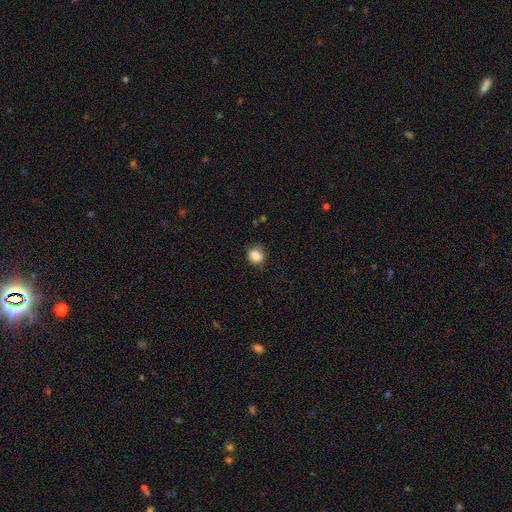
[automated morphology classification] Q: Smooth or featured?
A: smooth (86%); runner-up: star or artifact (10%)
Q: How rounded?
A: round (72%); runner-up: in between (27%)
Q: Merging?
A: none (72%); runner-up: minor disturbance (22%)